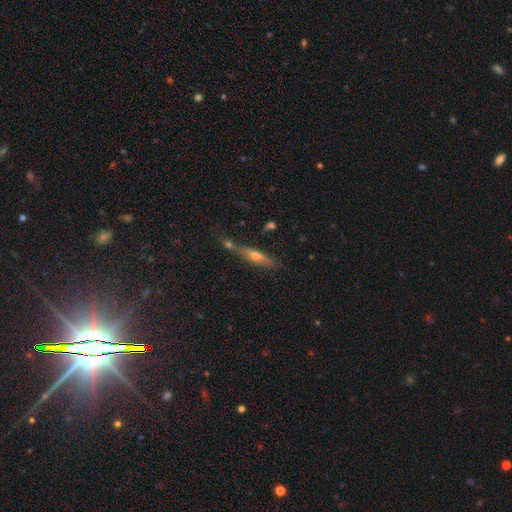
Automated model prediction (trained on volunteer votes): smooth-or-featured: featured or disk: 51% | smooth: 36% | star or artifact: 13%
  disk-edge-on: yes: 86% | no: 14%
  merging: none: 61% | merger: 20% | minor disturbance: 14% | major disturbance: 5%